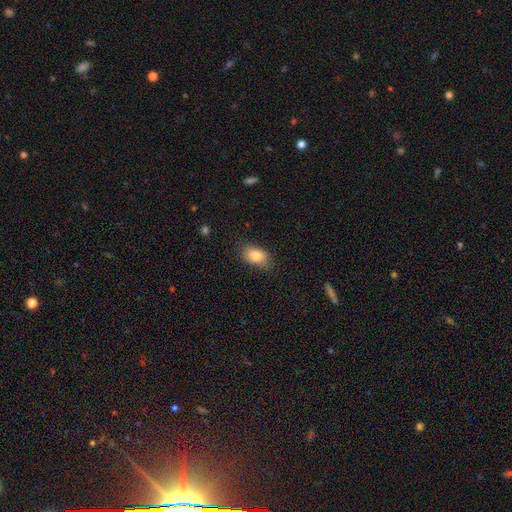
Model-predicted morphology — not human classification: Smooth or featured: smooth — 84% (star or artifact — 8%)
How rounded: in between — 87% (round — 11%)
Merging: none — 79% (minor disturbance — 16%)